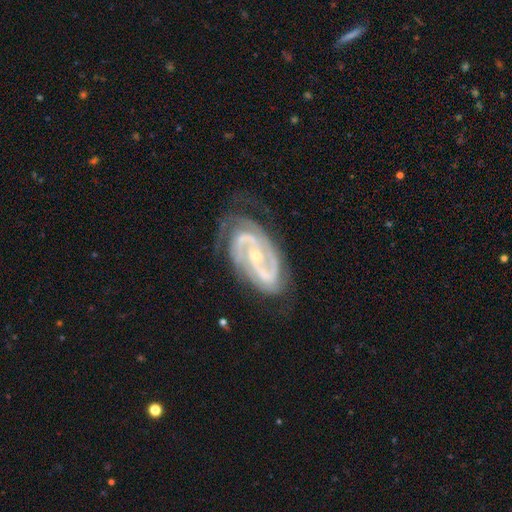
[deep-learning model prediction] smooth-or-featured: featured or disk: 92% | star or artifact: 4% | smooth: 4%
  disk-edge-on: no: 97% | yes: 3%
    bar: weak: 38% | no: 35% | strong: 27%
    has-spiral-arms: yes: 98% | no: 2%
      spiral-winding: tight: 49% | medium: 42% | loose: 9%
      spiral-arm-count: 2: 73% | 3: 12% | can't tell: 7% | 4: 3% | 1: 3% | more than 4: 3%
    bulge-size: small: 66% | moderate: 31% | none: 2% | large: 1% | dominant: 1%
  merging: none: 67% | minor disturbance: 22% | major disturbance: 10% | merger: 2%